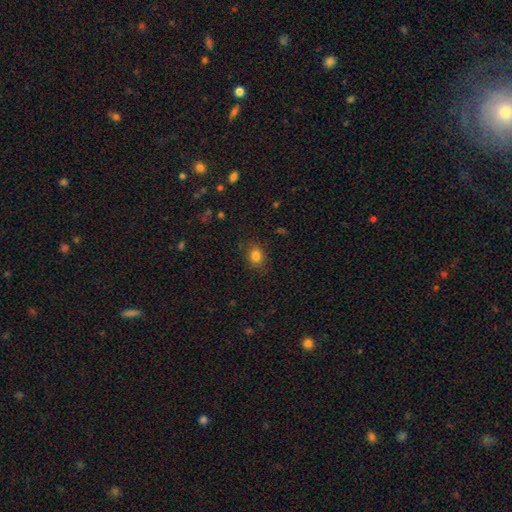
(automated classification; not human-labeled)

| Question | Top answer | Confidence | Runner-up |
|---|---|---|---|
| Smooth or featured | smooth | 82% | star or artifact (12%) |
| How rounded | round | 63% | in between (36%) |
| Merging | none | 85% | minor disturbance (11%) |